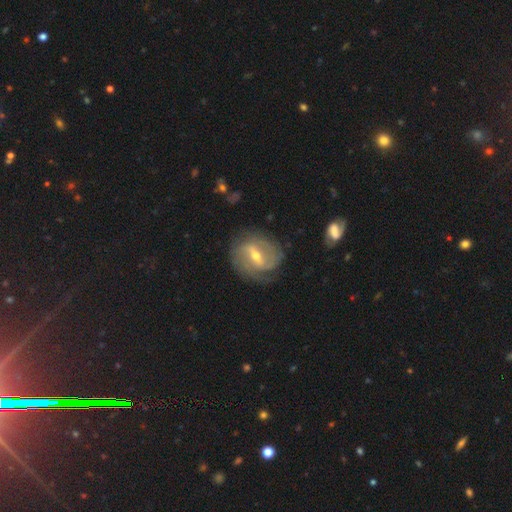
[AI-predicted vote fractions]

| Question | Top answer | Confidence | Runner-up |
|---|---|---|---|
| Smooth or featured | featured or disk | 82% | smooth (12%) |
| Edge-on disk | no | 95% | yes (5%) |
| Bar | strong | 46% | weak (43%) |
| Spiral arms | yes | 90% | no (10%) |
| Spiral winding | medium | 40% | tight (38%) |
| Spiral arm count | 2 | 60% | can't tell (18%) |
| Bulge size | moderate | 57% | small (39%) |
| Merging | none | 72% | minor disturbance (18%) |